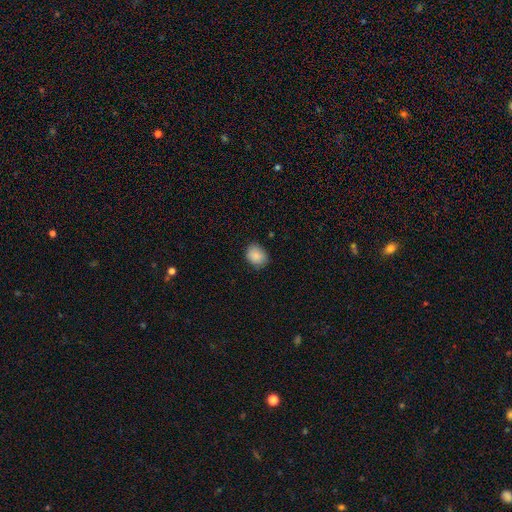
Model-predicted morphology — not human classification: Smooth or featured?
  - smooth: 88% *
  - star or artifact: 8%
  - featured or disk: 5%
How rounded?
  - in between: 50% *
  - round: 49%
  - cigar-shaped: 1%
Merging?
  - none: 78% *
  - minor disturbance: 18%
  - major disturbance: 3%
  - merger: 1%